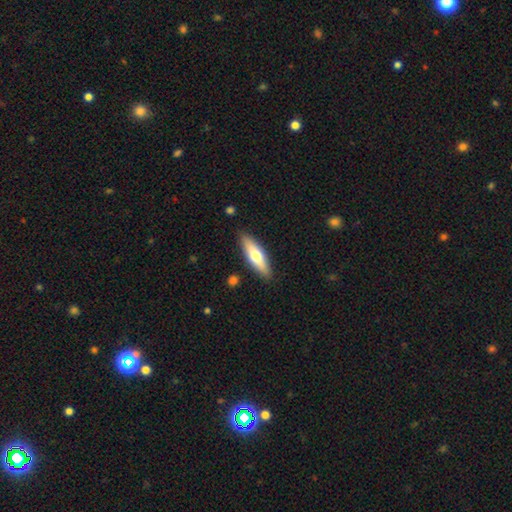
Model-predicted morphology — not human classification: Smooth or featured? Predicted: smooth (p=0.61). How rounded? Predicted: cigar-shaped (p=0.57). Merging? Predicted: none (p=0.88).